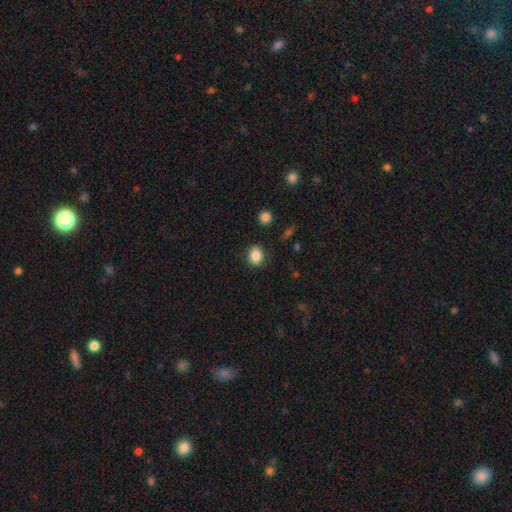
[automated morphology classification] This appears to be a smooth galaxy with no disk features (86%) that is round (55%). Merging: none (85%).